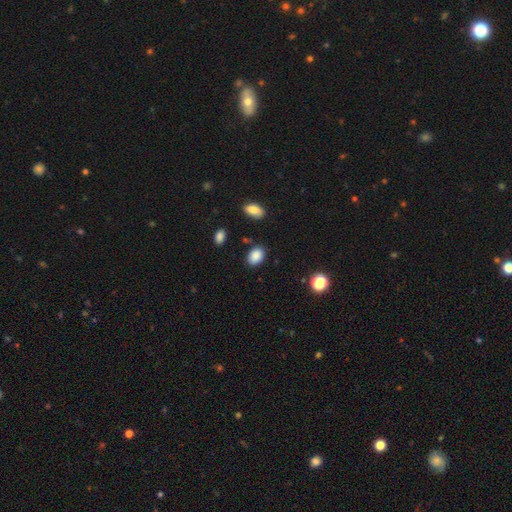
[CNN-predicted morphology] Q: Smooth or featured?
A: smooth (87%); runner-up: star or artifact (9%)
Q: How rounded?
A: in between (75%); runner-up: round (23%)
Q: Merging?
A: none (84%); runner-up: minor disturbance (11%)